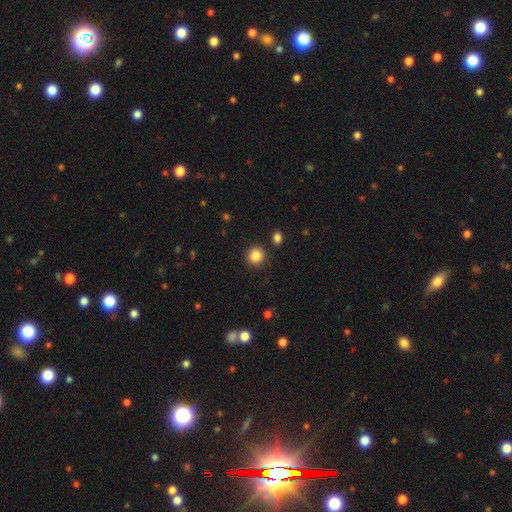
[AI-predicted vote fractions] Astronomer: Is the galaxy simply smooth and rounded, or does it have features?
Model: smooth — 86%.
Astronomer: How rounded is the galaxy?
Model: round — 91%.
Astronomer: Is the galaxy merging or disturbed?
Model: none — 88%.